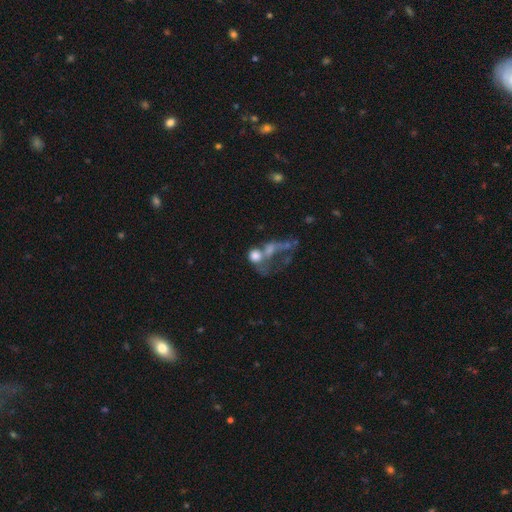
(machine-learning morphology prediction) type=smooth (53%); roundness=round (60%); merging=merger (51%).